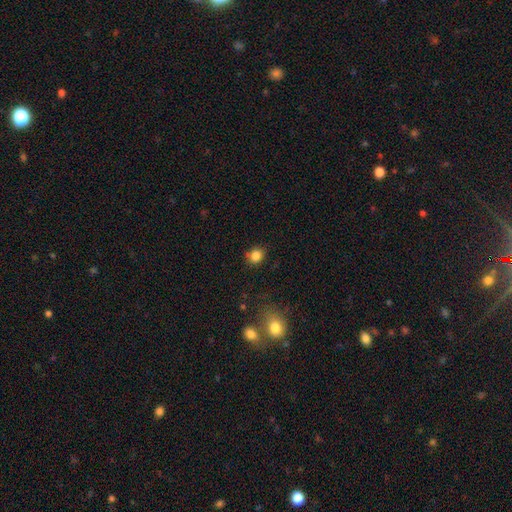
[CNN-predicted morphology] A smooth galaxy with no disk features (84%) that is round (78%). Merging: none (81%).